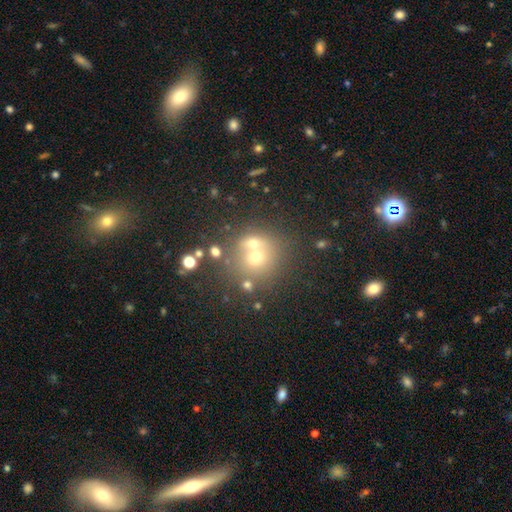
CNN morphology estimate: Overall: smooth (56%; star or artifact 22%). How rounded: round (82%). Merging: merger (44%; none 43%).